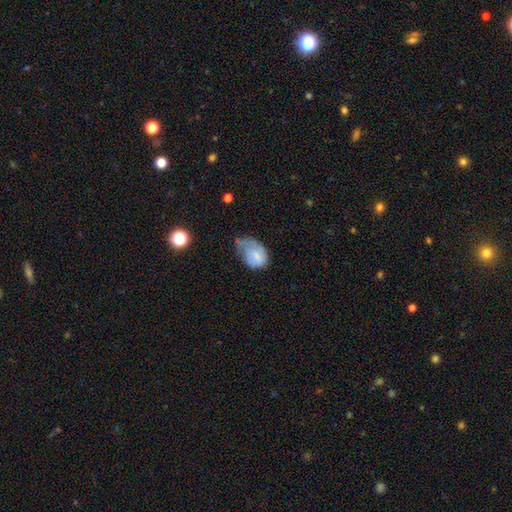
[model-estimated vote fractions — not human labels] A smooth galaxy with no disk features (65%) that is in between round and cigar-shaped (77%).

Vote fractions:
- Smooth or featured? smooth: 65% / featured or disk: 28% / star or artifact: 7%
- How rounded? in between: 77% / round: 21% / cigar-shaped: 1%
- Merging? minor disturbance: 39% (tied) / major disturbance: 39% (tied) / none: 18% / merger: 3%